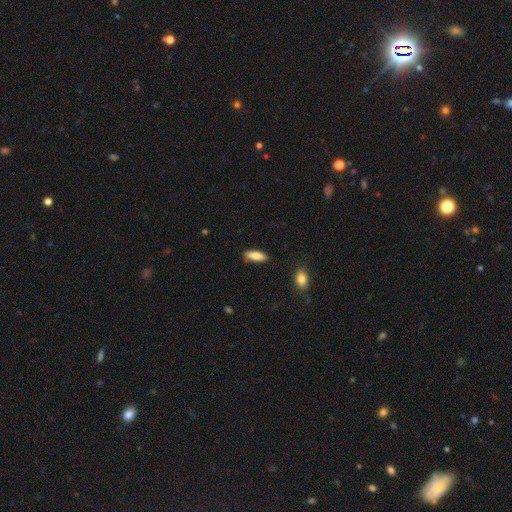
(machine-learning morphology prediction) Overall: smooth (85%). How rounded: in between (56%; cigar-shaped 42%). Merging: none (81%).